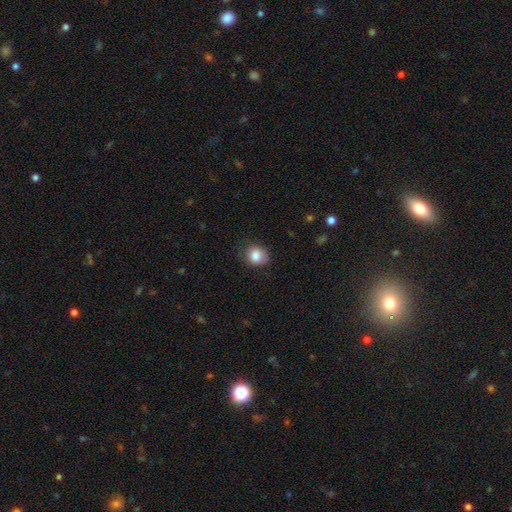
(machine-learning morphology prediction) The model was most divided on "how rounded": round: 64%, in between: 35%, cigar-shaped: 1%. More confident: smooth or featured — smooth (84%); merging — none (72%).